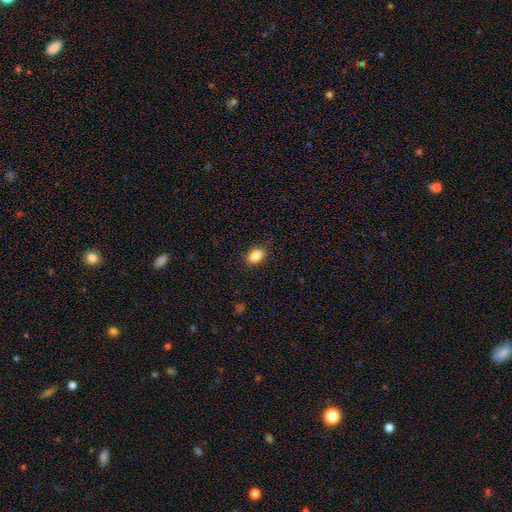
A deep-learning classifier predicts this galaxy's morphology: This is clearly a smooth galaxy (86%). How rounded: clearly in between (82%). Merging: clearly none (87%).